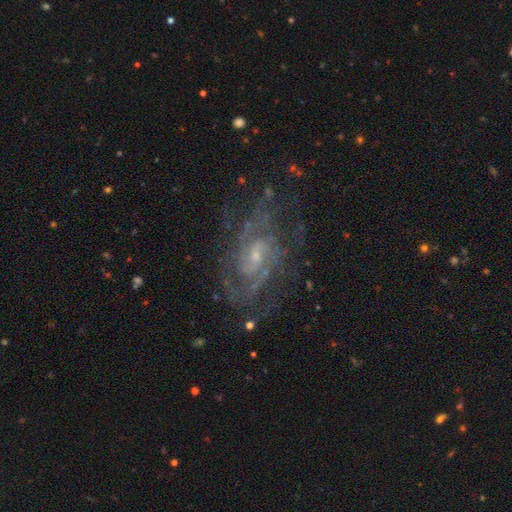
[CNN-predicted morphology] Smooth or featured? featured or disk (88%)
Edge-on disk? no (97%)
Bar? no (47%)
Spiral arms? yes (95%)
Spiral winding? medium (46%)
Spiral arm count? 2 (41%)
Bulge size? small (69%)
Merging? none (70%)